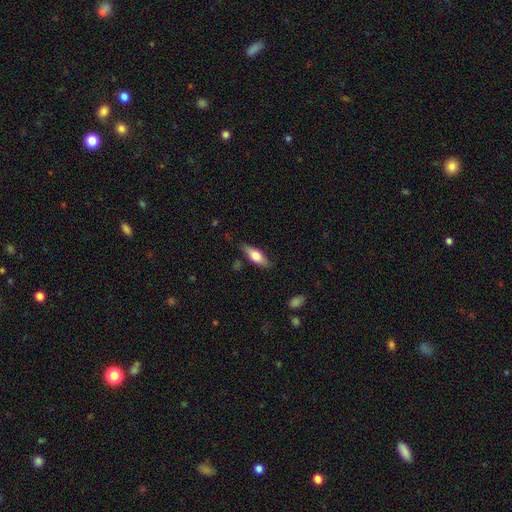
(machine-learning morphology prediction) smooth 63%, featured or disk 31%, star or artifact 6%. Down the decision tree: how rounded — in between (62%); merging — none (79%).